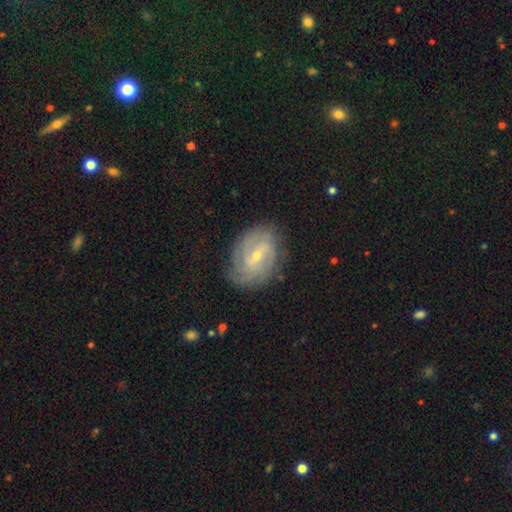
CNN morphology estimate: Overall: featured or disk (79%). Edge-on disk: no (96%). Bar: weak (54%; no 25%). Spiral arms: yes (91%). Spiral arm count: can't tell (37%; 2 28%). Spiral winding: tight (60%; medium 30%). Bulge size: small (64%; moderate 33%). Merging: none (78%).